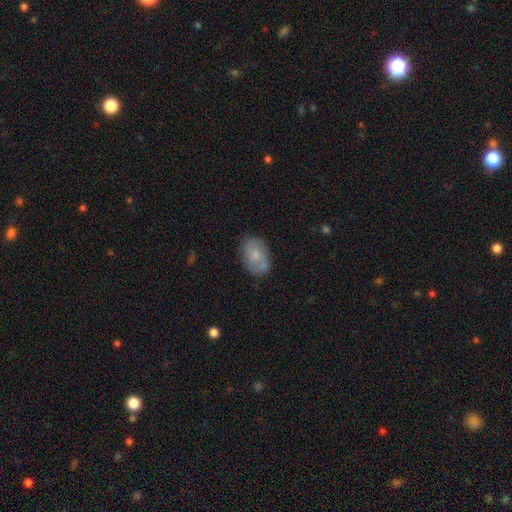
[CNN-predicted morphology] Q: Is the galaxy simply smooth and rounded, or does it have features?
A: smooth — 61%.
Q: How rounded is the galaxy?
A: in between — 86%.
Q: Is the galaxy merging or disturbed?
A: none — 69%.